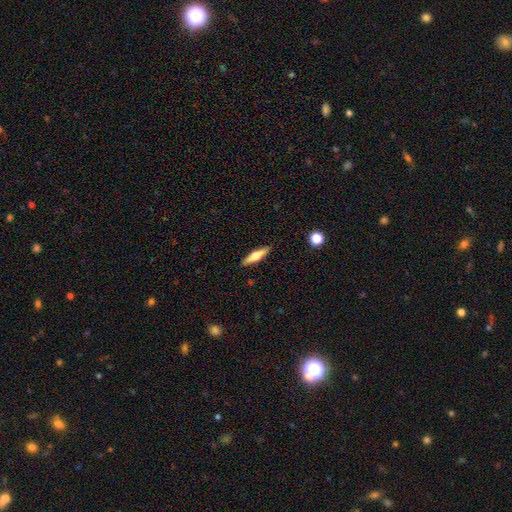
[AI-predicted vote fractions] smooth 49%, featured or disk 45%, star or artifact 6%. Down the decision tree: merging — none (90%).